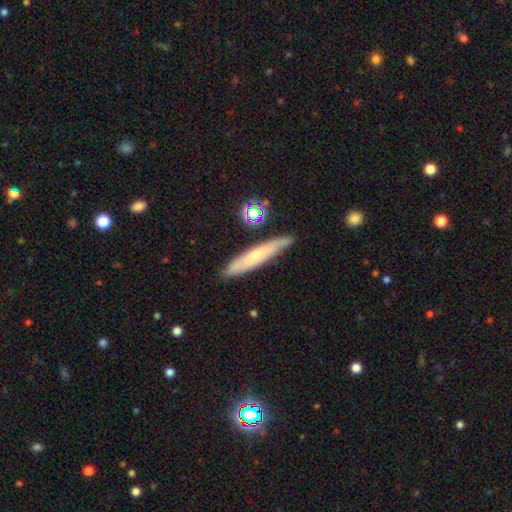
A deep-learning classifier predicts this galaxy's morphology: Smooth or featured? smooth (52%)
How rounded? cigar-shaped (89%)
Merging? none (81%)